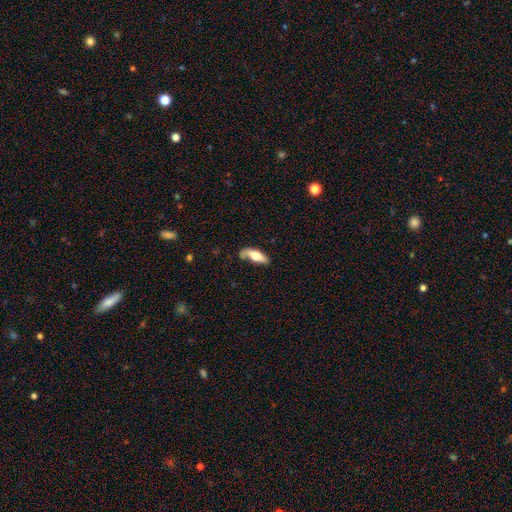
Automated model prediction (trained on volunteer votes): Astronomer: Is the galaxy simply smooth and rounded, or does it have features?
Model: smooth — 64%.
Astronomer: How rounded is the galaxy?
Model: in between — 64%.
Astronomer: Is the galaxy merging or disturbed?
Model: none — 52% (runner-up: minor disturbance, 29%).